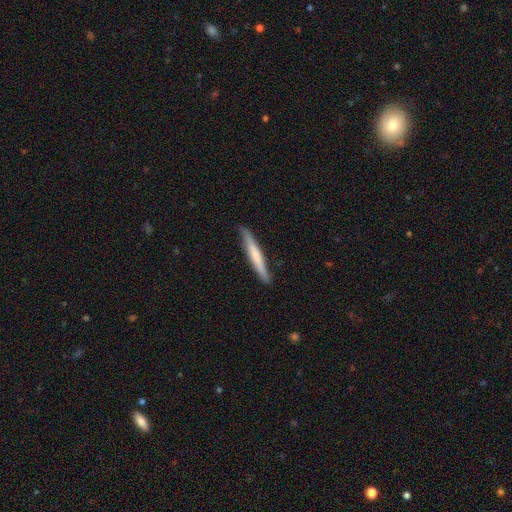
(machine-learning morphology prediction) smooth-or-featured: smooth: 59% | featured or disk: 36% | star or artifact: 5%
  how-rounded: cigar-shaped: 96% | in between: 3% | round: 1%
  merging: none: 88% | minor disturbance: 9% | major disturbance: 1% | merger: 1%